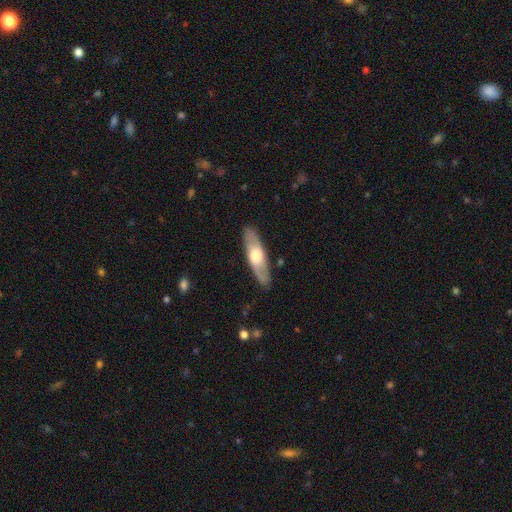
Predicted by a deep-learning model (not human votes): Morphology: type=smooth (48%); merging=none (87%).